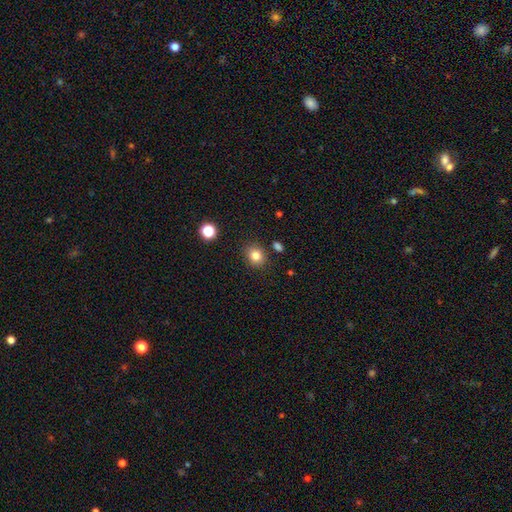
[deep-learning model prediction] Smooth or featured: smooth — 82% (star or artifact — 12%)
How rounded: round — 70% (in between — 29%)
Merging: none — 85% (minor disturbance — 9%)